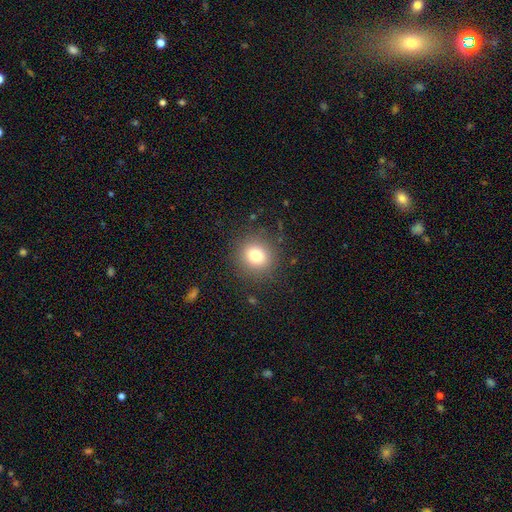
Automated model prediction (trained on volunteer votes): The model was most divided on "smooth or featured": smooth: 77%, star or artifact: 13%, featured or disk: 10%. More confident: how rounded — round (88%); merging — none (87%).